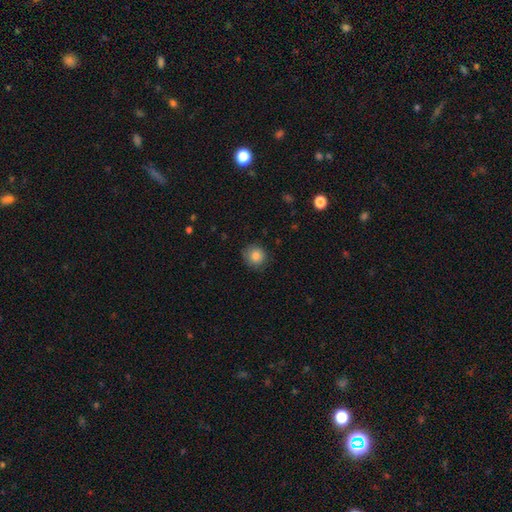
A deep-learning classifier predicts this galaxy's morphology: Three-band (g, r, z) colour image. It shows a smooth galaxy with no disk features (85%) that is round (91%). Merging: none (85%).